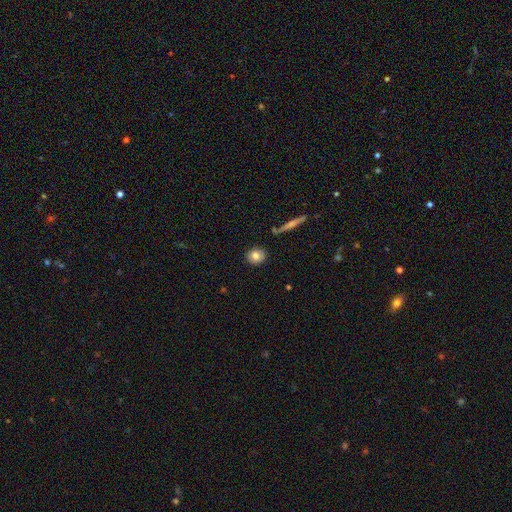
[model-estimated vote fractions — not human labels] Q: Smooth or featured?
A: smooth (77%); runner-up: featured or disk (15%)
Q: How rounded?
A: round (76%); runner-up: in between (22%)
Q: Merging?
A: none (87%); runner-up: minor disturbance (8%)